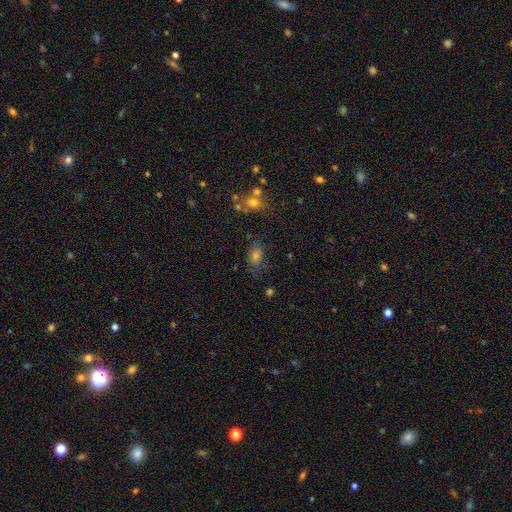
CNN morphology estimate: Smooth or featured: smooth — 63% (star or artifact — 24%)
How rounded: in between — 69% (round — 29%)
Merging: none — 67% (minor disturbance — 20%)